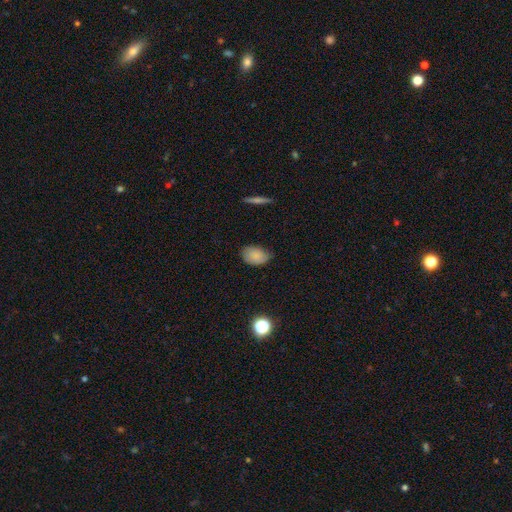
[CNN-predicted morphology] smooth 82%, featured or disk 9%, star or artifact 8%. Down the decision tree: how rounded — in between (84%); merging — none (71%).